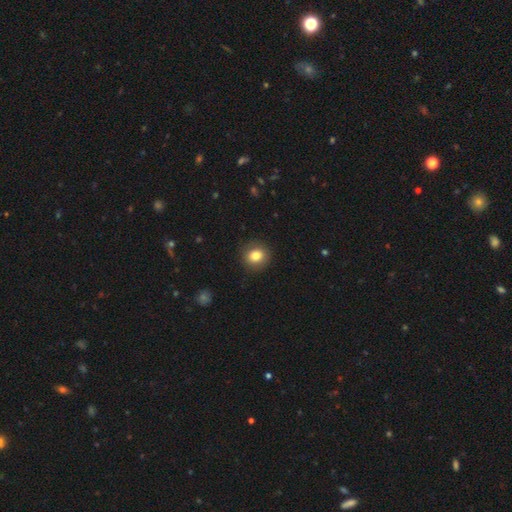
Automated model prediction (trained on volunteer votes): smooth 81%, featured or disk 10%, star or artifact 10%. Down the decision tree: how rounded — round (84%); merging — none (88%).